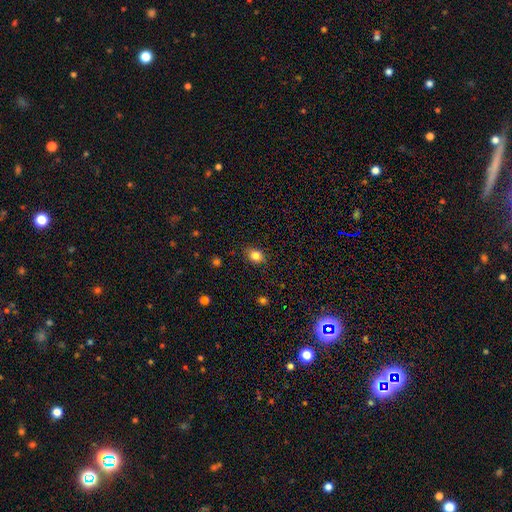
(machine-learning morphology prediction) The model was most divided on "how rounded": in between: 50%, round: 49%, cigar-shaped: 1%. More confident: smooth or featured — smooth (83%); merging — none (83%).